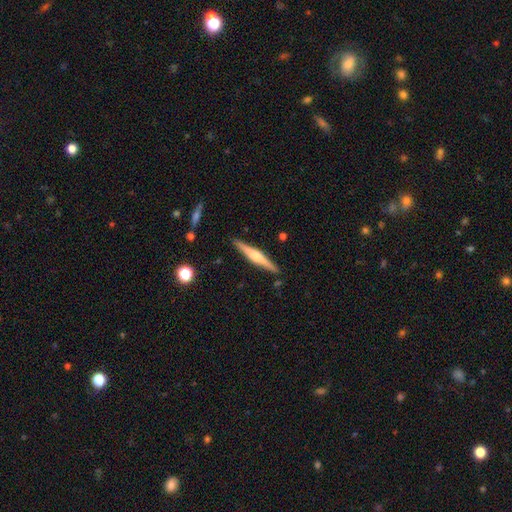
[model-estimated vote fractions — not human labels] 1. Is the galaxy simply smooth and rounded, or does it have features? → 68% featured or disk, 27% smooth, 6% star or artifact.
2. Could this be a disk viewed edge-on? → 98% yes, 2% no.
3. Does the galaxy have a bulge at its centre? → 73% rounded, 19% boxy, 8% none.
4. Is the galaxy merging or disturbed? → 89% none, 8% minor disturbance, 2% major disturbance, 1% merger.